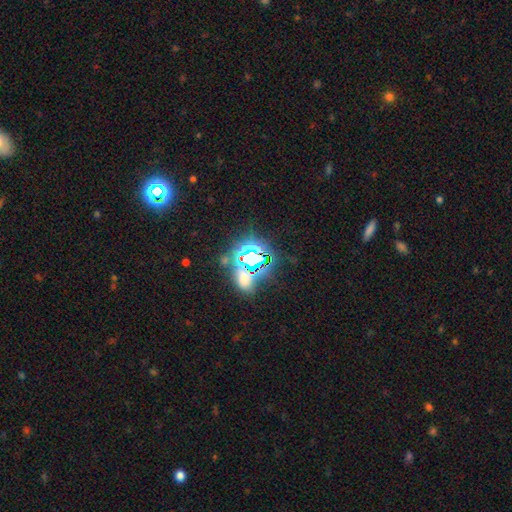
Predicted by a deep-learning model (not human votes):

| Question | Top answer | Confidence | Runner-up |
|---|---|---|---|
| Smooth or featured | star or artifact | 72% | smooth (18%) |